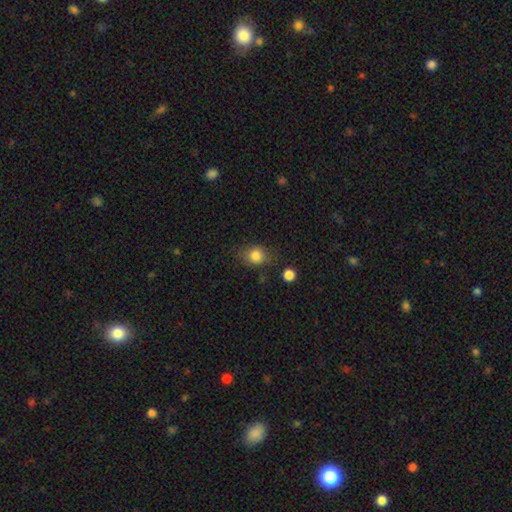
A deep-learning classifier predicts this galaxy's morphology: The model was most divided on "how rounded": round: 51%, in between: 48%, cigar-shaped: 1%. More confident: smooth or featured — smooth (83%); merging — none (74%).